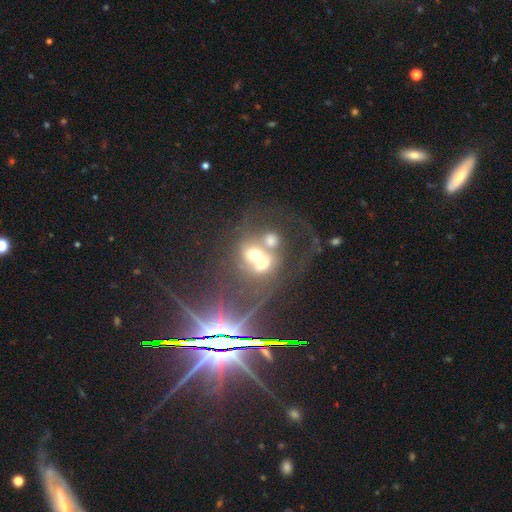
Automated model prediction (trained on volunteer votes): A smooth galaxy with no disk features (39%).

Vote fractions:
- Smooth or featured? smooth: 39% / featured or disk: 36% / star or artifact: 24%
- Merging? merger: 67% / none: 18% / major disturbance: 10% / minor disturbance: 6%